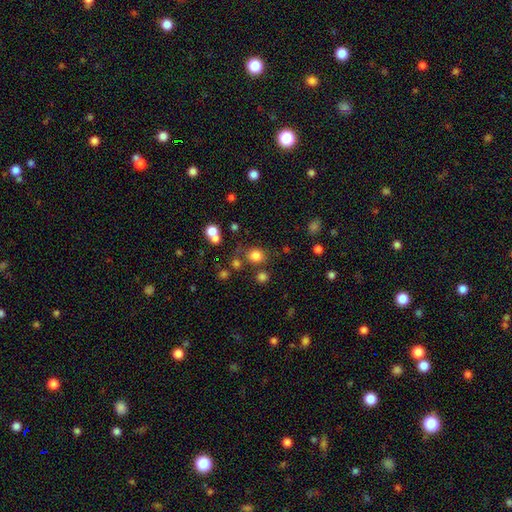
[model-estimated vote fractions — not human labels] smooth 80%, star or artifact 14%, featured or disk 6%. Down the decision tree: how rounded — round (82%); merging — none (75%).